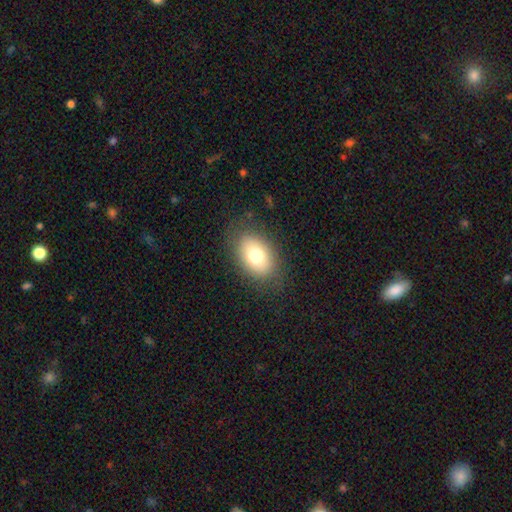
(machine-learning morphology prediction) A smooth galaxy with no disk features (76%) that is in between round and cigar-shaped (82%).

Vote fractions:
- Smooth or featured? smooth: 76% / featured or disk: 15% / star or artifact: 9%
- How rounded? in between: 82% / round: 17% / cigar-shaped: 1%
- Merging? none: 81% / minor disturbance: 13% / major disturbance: 5% / merger: 1%